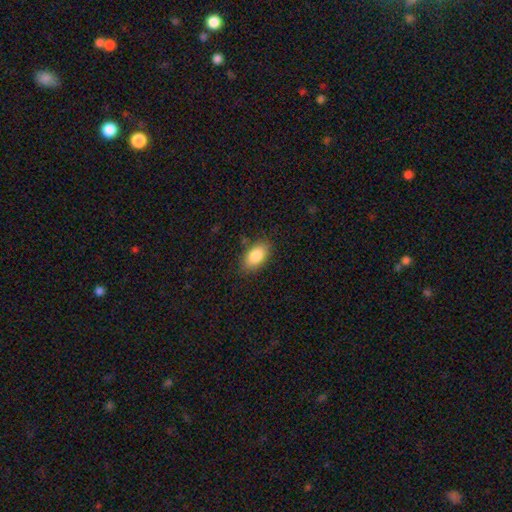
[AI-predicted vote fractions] smooth 86%, featured or disk 7%, star or artifact 7%. Down the decision tree: how rounded — in between (92%); merging — none (83%).